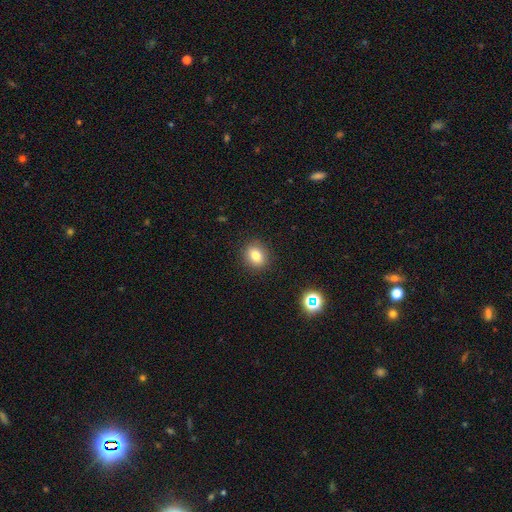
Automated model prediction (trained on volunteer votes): This is clearly a smooth galaxy (80%). How rounded: possibly round (58%). Merging: clearly none (89%).